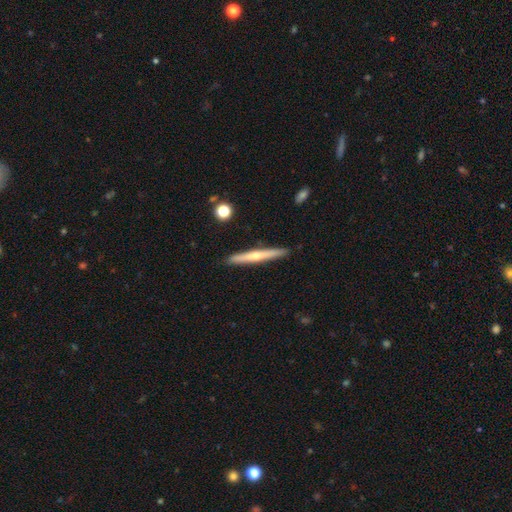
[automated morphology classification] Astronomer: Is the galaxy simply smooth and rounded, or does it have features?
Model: featured or disk — 64%.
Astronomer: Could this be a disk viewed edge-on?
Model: yes — 97%.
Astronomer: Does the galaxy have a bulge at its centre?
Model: rounded — 79%.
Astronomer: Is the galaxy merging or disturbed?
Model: none — 90%.